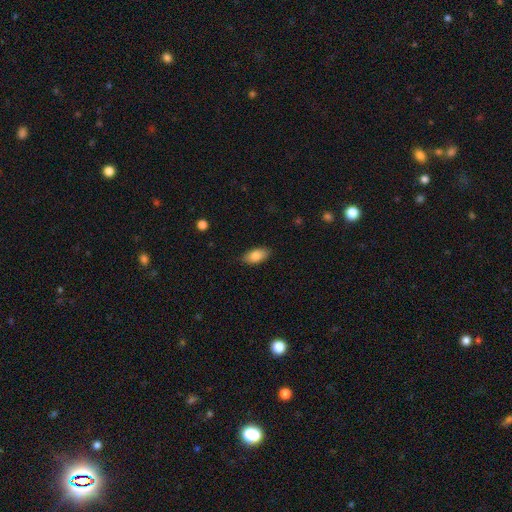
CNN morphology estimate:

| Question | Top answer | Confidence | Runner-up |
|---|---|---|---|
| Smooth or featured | smooth | 84% | featured or disk (9%) |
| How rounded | in between | 92% | cigar-shaped (5%) |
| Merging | none | 86% | minor disturbance (11%) |